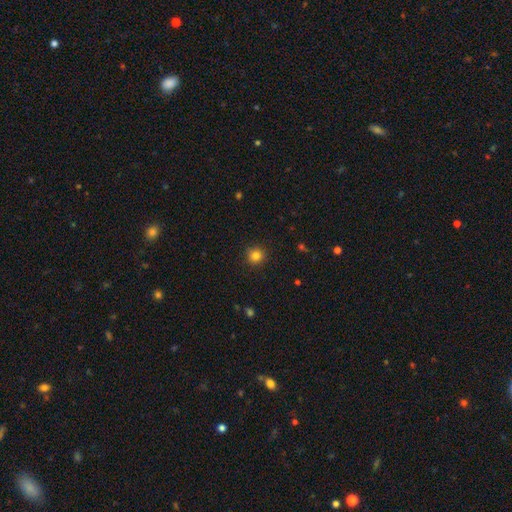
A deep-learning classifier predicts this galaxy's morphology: smooth-or-featured: smooth: 83% | star or artifact: 12% | featured or disk: 5%
  how-rounded: round: 93% | in between: 7% | cigar-shaped: 1%
  merging: none: 90% | minor disturbance: 7% | major disturbance: 2% | merger: 1%